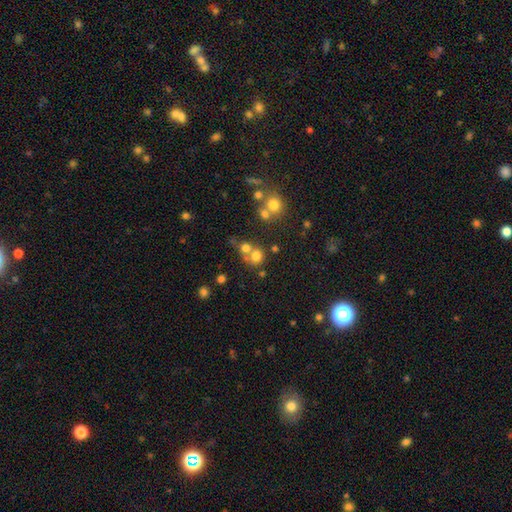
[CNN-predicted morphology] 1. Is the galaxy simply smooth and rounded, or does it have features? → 70% smooth, 17% star or artifact, 13% featured or disk.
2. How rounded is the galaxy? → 81% round, 18% in between, 1% cigar-shaped.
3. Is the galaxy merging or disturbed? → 48% none, 39% merger, 9% minor disturbance, 5% major disturbance.